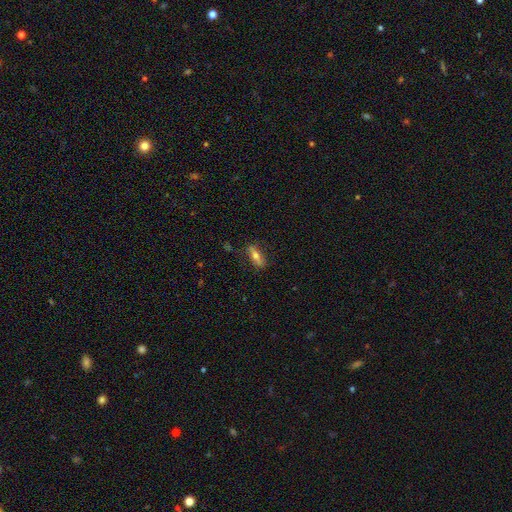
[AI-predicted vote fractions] A smooth galaxy with no disk features (52%) that is cigar-shaped (51%).

Vote fractions:
- Smooth or featured? smooth: 52% / featured or disk: 40% / star or artifact: 8%
- How rounded? cigar-shaped: 51% / in between: 45% / round: 4%
- Merging? none: 79% / minor disturbance: 15% / major disturbance: 4% / merger: 2%